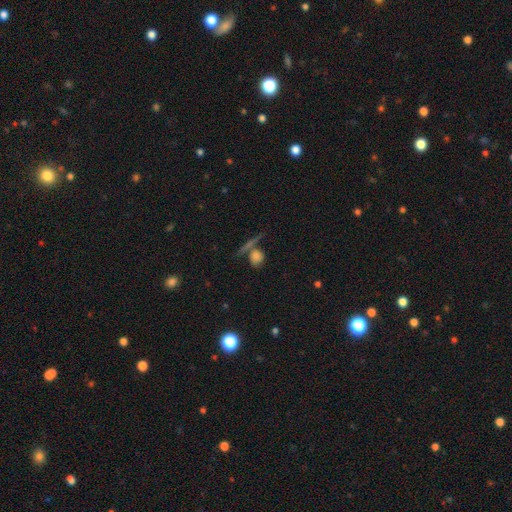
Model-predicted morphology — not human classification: Overall: smooth (69%). How rounded: round (72%). Merging: none (58%; merger 23%).